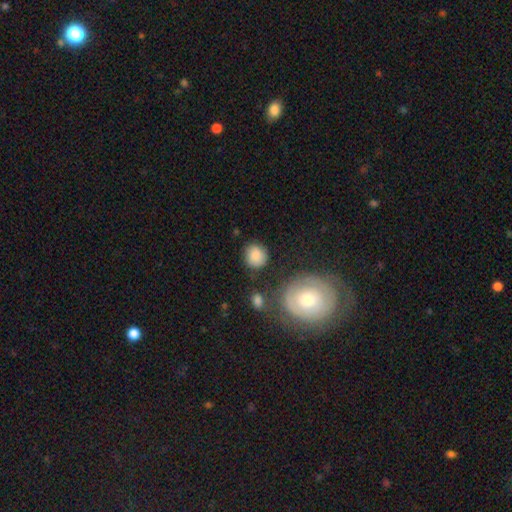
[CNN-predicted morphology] A smooth galaxy with no disk features (81%) that is round (82%).

Vote fractions:
- Smooth or featured? smooth: 81% / featured or disk: 11% / star or artifact: 8%
- How rounded? round: 82% / in between: 17% / cigar-shaped: 1%
- Merging? none: 74% / minor disturbance: 15% / major disturbance: 6% / merger: 5%